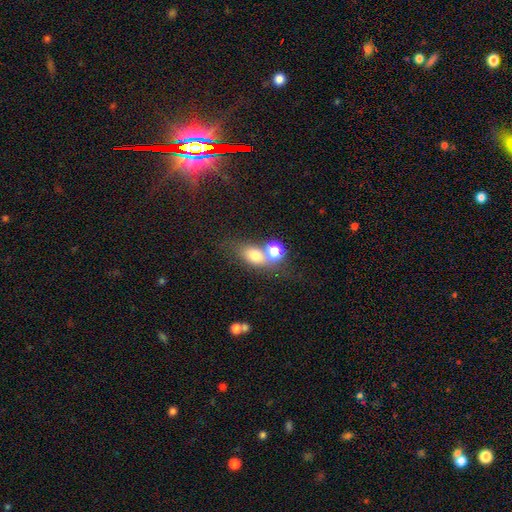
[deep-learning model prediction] Overall: smooth (71%). How rounded: in between (59%; round 38%). Merging: merger (44%; none 38%).